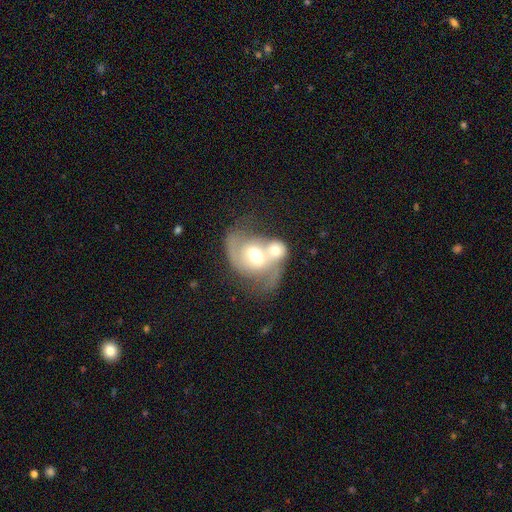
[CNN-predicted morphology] Smooth or featured?
  - featured or disk: 71% *
  - smooth: 22%
  - star or artifact: 7%
Edge-on disk?
  - no: 97% *
  - yes: 3%
Bar?
  - no: 46% *
  - weak: 40%
  - strong: 14%
Spiral arms?
  - yes: 82% *
  - no: 18%
Spiral winding?
  - medium: 45% *
  - loose: 38%
  - tight: 17%
Spiral arm count?
  - 2: 76% *
  - can't tell: 11%
  - 1: 10%
  - 3: 2%
  - 4: 1%
  - more than 4: 1%
Bulge size?
  - moderate: 69% *
  - large: 15%
  - small: 13%
  - none: 2%
  - dominant: 2%
Merging?
  - merger: 67% *
  - none: 15%
  - major disturbance: 10%
  - minor disturbance: 8%